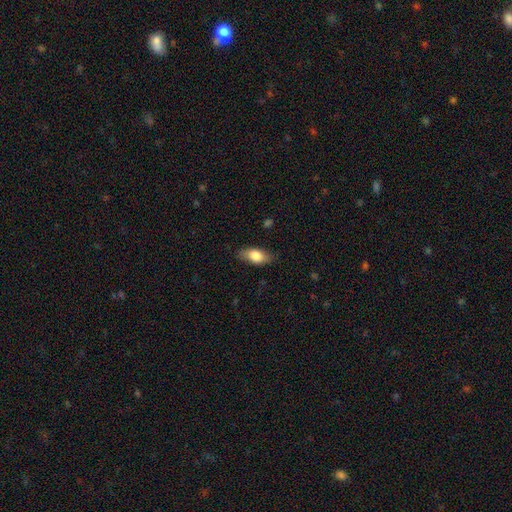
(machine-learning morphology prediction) Overall: smooth (78%). How rounded: in between (85%). Merging: none (83%).